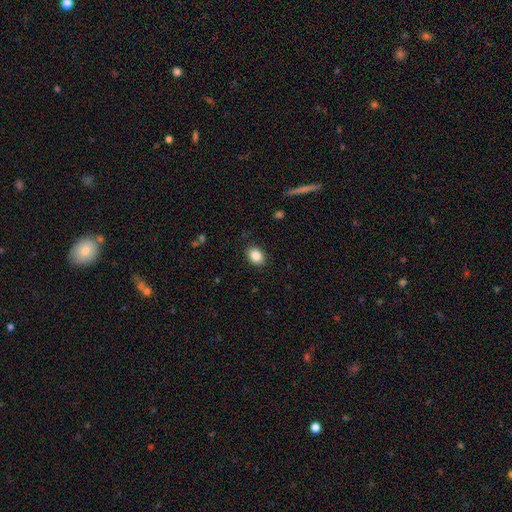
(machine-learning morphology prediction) Smooth or featured? Predicted: smooth (p=0.86). How rounded? Predicted: in between (p=0.67). Merging? Predicted: none (p=0.88).